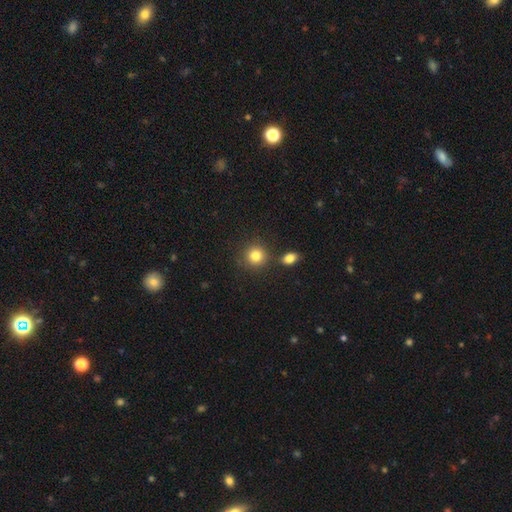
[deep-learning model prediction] Smooth or featured?
  - smooth: 83% *
  - star or artifact: 11%
  - featured or disk: 7%
How rounded?
  - round: 89% *
  - in between: 10%
  - cigar-shaped: 1%
Merging?
  - none: 79% *
  - merger: 10%
  - minor disturbance: 9%
  - major disturbance: 3%